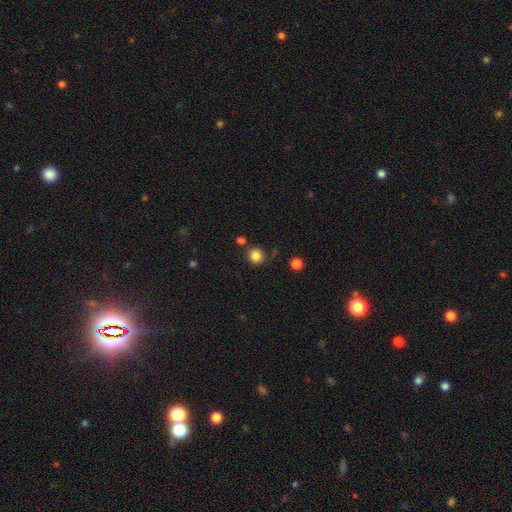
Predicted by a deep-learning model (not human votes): A smooth galaxy with no disk features (84%) that is round (88%).

Vote fractions:
- Smooth or featured? smooth: 84% / star or artifact: 11% / featured or disk: 4%
- How rounded? round: 88% / in between: 11% / cigar-shaped: 1%
- Merging? none: 81% / minor disturbance: 9% / merger: 7% / major disturbance: 3%